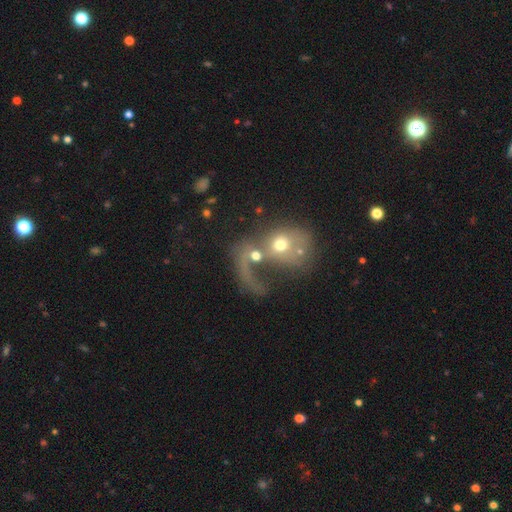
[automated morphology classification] This appears to be a featured or disk galaxy (46%). Merging: merger (68%).